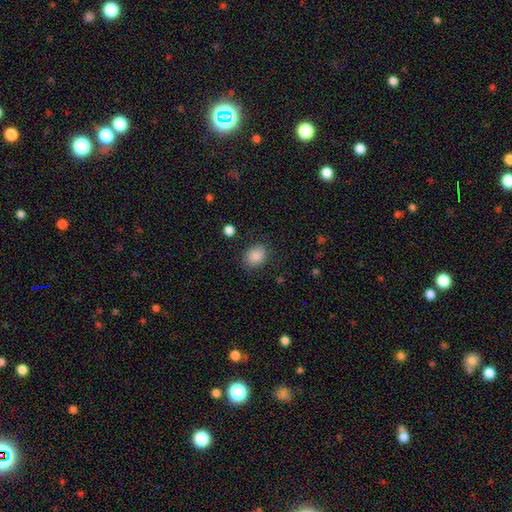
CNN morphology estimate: Smooth or featured? smooth (86%)
How rounded? round (53%)
Merging? none (83%)